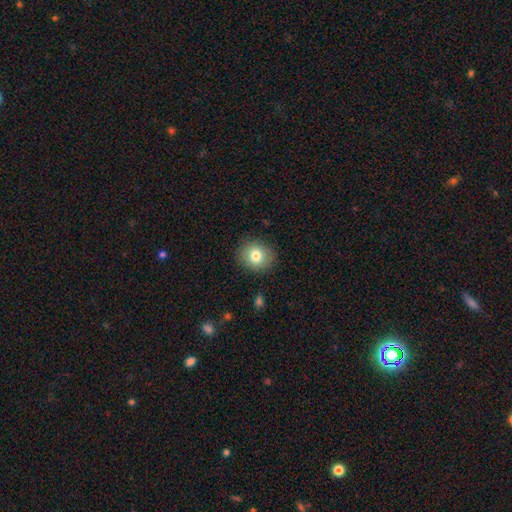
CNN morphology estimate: Q: Smooth or featured?
A: smooth (80%); runner-up: featured or disk (10%)
Q: How rounded?
A: round (78%); runner-up: in between (22%)
Q: Merging?
A: none (89%); runner-up: minor disturbance (8%)